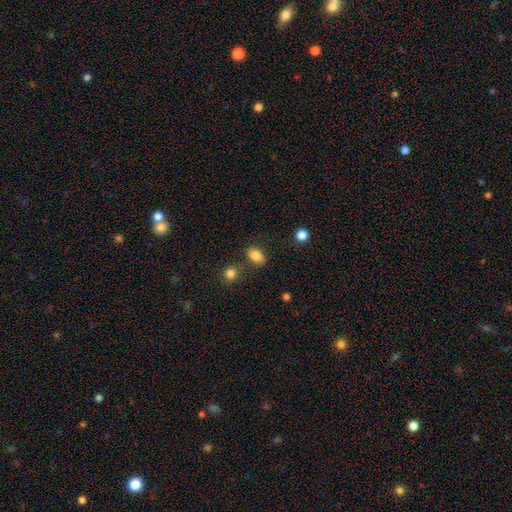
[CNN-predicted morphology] smooth-or-featured: smooth: 84% | star or artifact: 9% | featured or disk: 7%
  how-rounded: in between: 85% | round: 13% | cigar-shaped: 2%
  merging: none: 76% | minor disturbance: 13% | merger: 7% | major disturbance: 4%